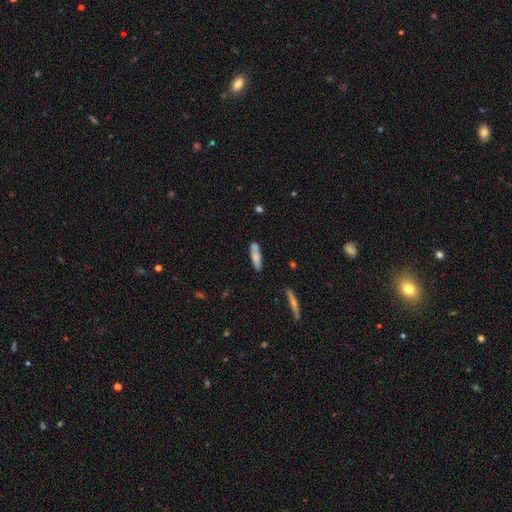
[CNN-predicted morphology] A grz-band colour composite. It shows a smooth galaxy with no disk features (75%) that is cigar-shaped (61%). Merging: none (70%).